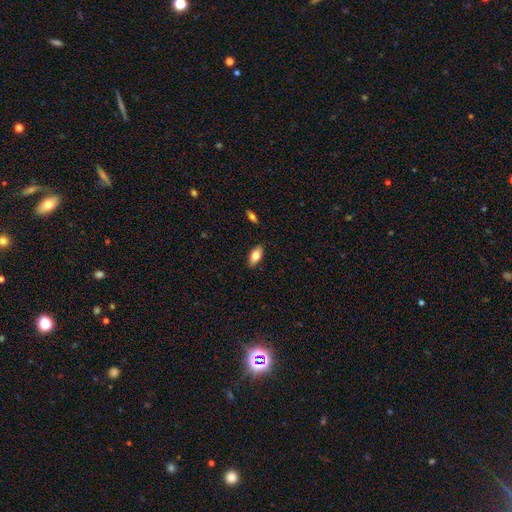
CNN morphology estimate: Q: Smooth or featured?
A: smooth (75%); runner-up: featured or disk (18%)
Q: How rounded?
A: in between (87%); runner-up: cigar-shaped (10%)
Q: Merging?
A: none (87%); runner-up: minor disturbance (9%)